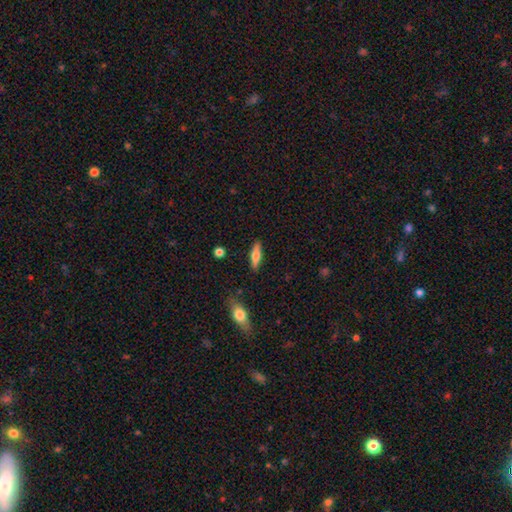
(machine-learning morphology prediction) The model was most divided on "smooth or featured": smooth: 53%, featured or disk: 41%, star or artifact: 6%. More confident: merging — none (88%); how rounded — cigar-shaped (58%).